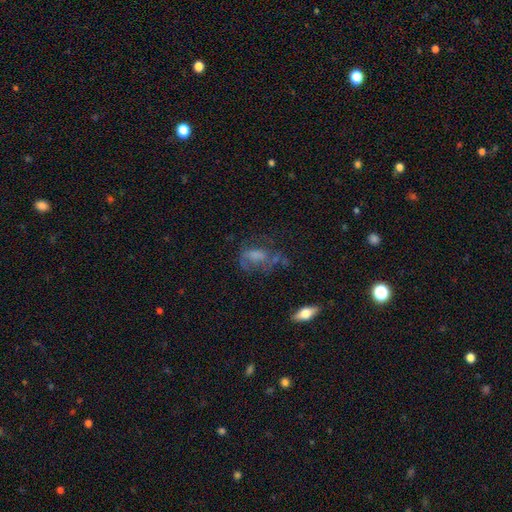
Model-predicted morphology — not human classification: Smooth or featured? featured or disk (43%)
Merging? major disturbance (38%)